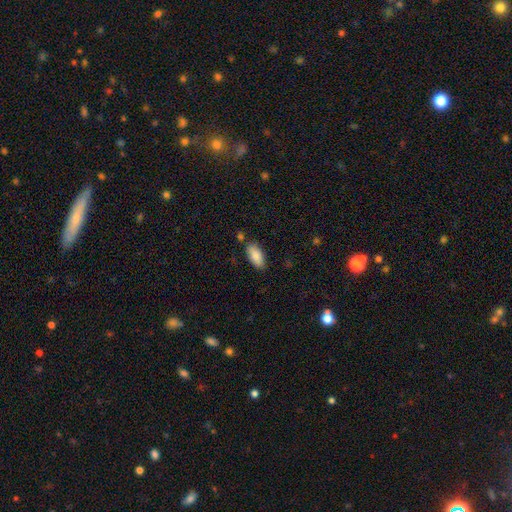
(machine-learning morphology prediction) smooth 87%, star or artifact 7%, featured or disk 6%. Down the decision tree: how rounded — in between (89%); merging — none (78%).